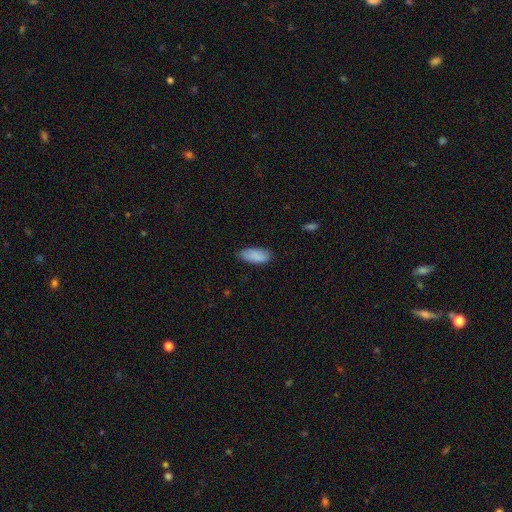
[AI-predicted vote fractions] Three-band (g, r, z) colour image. It shows a smooth galaxy with no disk features (88%) that is in between round and cigar-shaped (88%). Merging: none (72%).